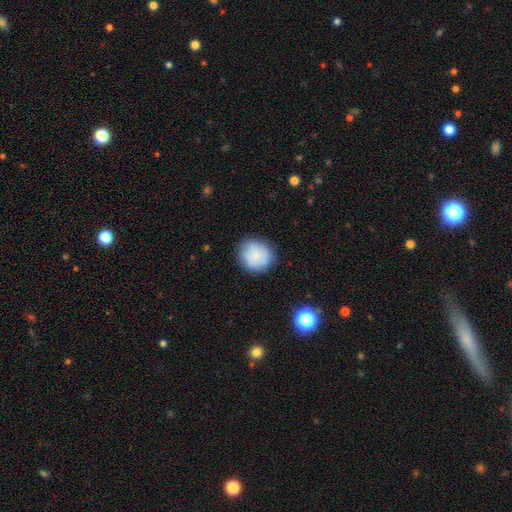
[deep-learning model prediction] Smooth or featured? smooth (82%)
How rounded? round (87%)
Merging? none (83%)